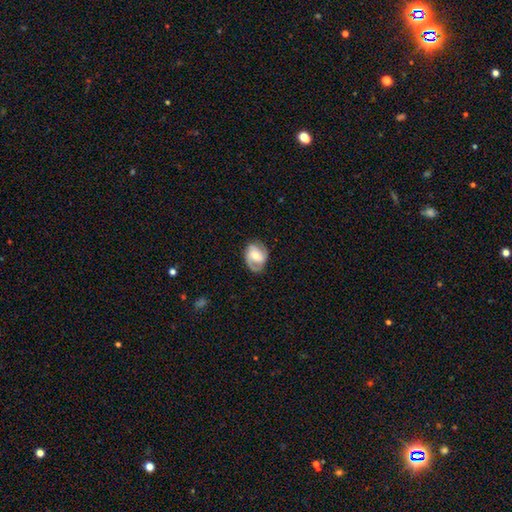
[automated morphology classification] Q: Smooth or featured?
A: featured or disk (68%); runner-up: smooth (26%)
Q: Edge-on disk?
A: no (97%); runner-up: yes (3%)
Q: Bar?
A: weak (42%); runner-up: no (37%)
Q: Spiral arms?
A: yes (87%); runner-up: no (13%)
Q: Spiral winding?
A: medium (43%); runner-up: tight (38%)
Q: Spiral arm count?
A: 2 (72%); runner-up: 1 (11%)
Q: Bulge size?
A: moderate (57%); runner-up: small (37%)
Q: Merging?
A: none (71%); runner-up: minor disturbance (20%)